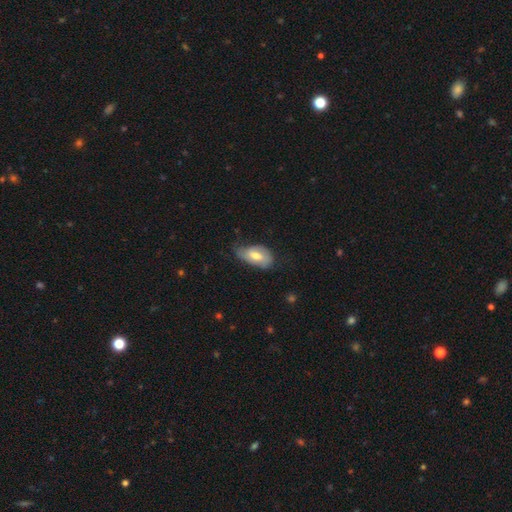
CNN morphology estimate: A smooth galaxy with no disk features (61%) that is in between round and cigar-shaped (92%). Merging: none (48%).